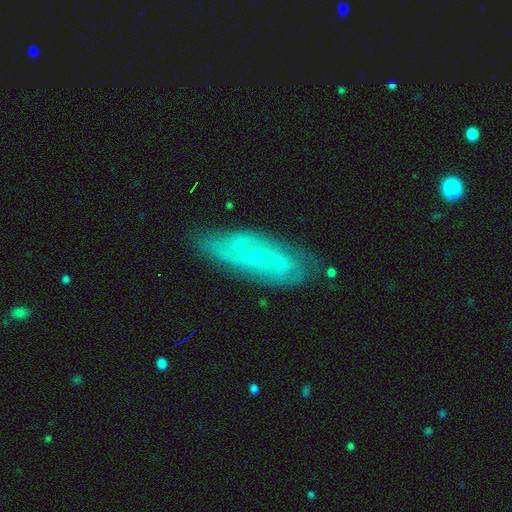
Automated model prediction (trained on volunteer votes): featured or disk 73%, smooth 19%, star or artifact 8%. Down the decision tree: edge-on disk — no (88%); bar — no (57%); spiral arms — yes (90%); spiral arm count — 2 (49%); spiral winding — medium (42%); bulge size — small (74%); merging — none (75%).